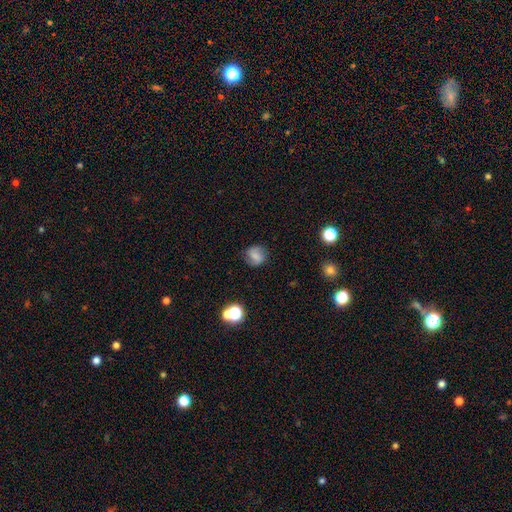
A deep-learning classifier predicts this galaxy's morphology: A smooth galaxy with no disk features (57%) that is round (78%). Merging: none (79%).